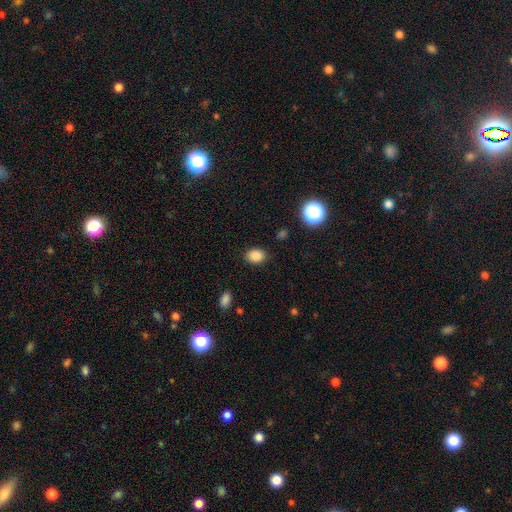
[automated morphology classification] This is clearly a smooth galaxy (85%). How rounded: likely in between (62%). Merging: clearly none (86%).